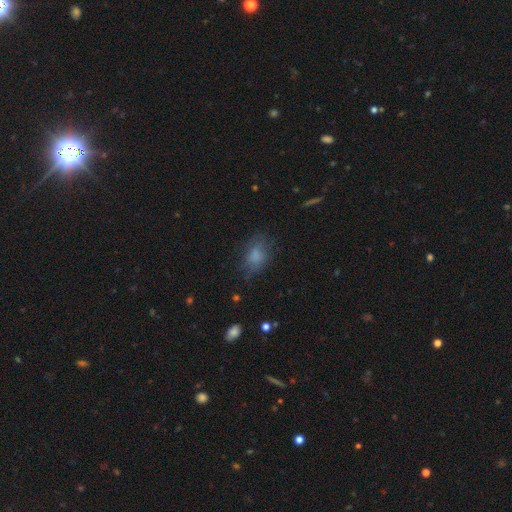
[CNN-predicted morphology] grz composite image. It shows a smooth galaxy with no disk features (74%) that is in between round and cigar-shaped (78%). Merging: none (61%).